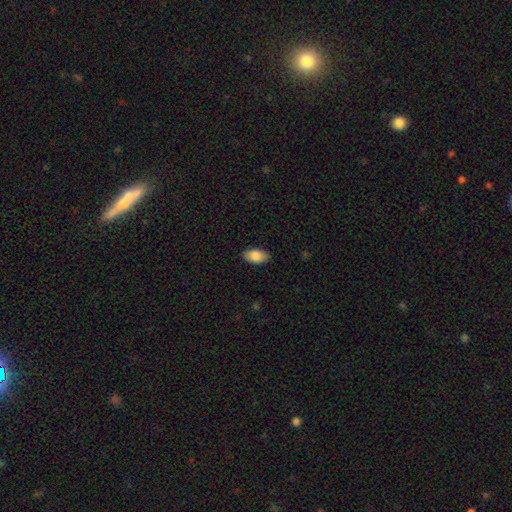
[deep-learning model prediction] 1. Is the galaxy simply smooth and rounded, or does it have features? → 85% smooth, 8% featured or disk, 7% star or artifact.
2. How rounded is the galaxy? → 94% in between, 4% round, 2% cigar-shaped.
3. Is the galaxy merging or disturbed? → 88% none, 10% minor disturbance, 2% major disturbance, 1% merger.